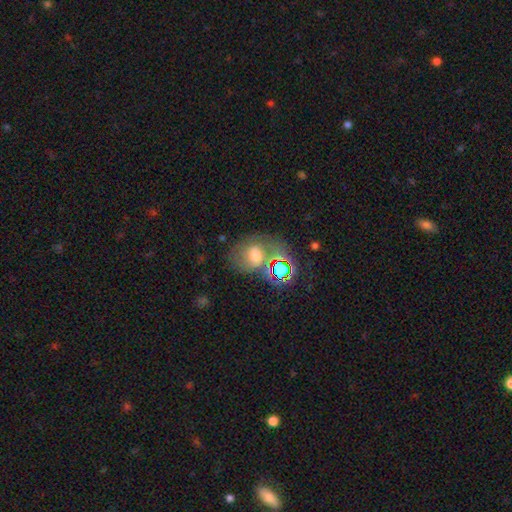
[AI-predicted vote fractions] Smooth or featured? Predicted: smooth (p=0.49). Merging? Predicted: none (p=0.50).